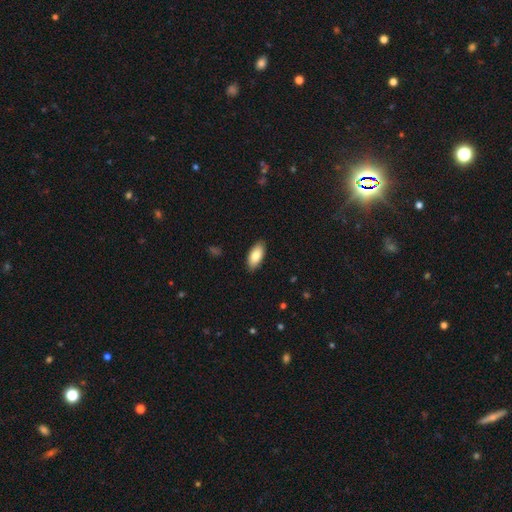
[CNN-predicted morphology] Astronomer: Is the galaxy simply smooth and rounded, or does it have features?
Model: smooth — 83%.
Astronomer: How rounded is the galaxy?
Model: in between — 90%.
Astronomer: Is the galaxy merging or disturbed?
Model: none — 88%.